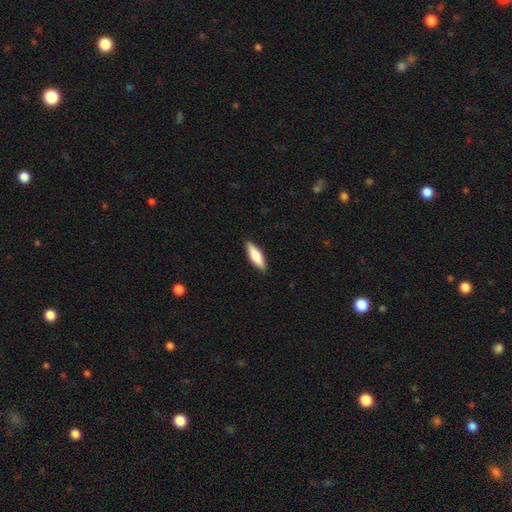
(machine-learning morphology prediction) Smooth or featured?
  - smooth: 70% *
  - featured or disk: 25%
  - star or artifact: 5%
How rounded?
  - in between: 49% * (tied)
  - cigar-shaped: 49% * (tied)
  - round: 2%
Merging?
  - none: 90% *
  - minor disturbance: 8%
  - major disturbance: 2%
  - merger: 1%